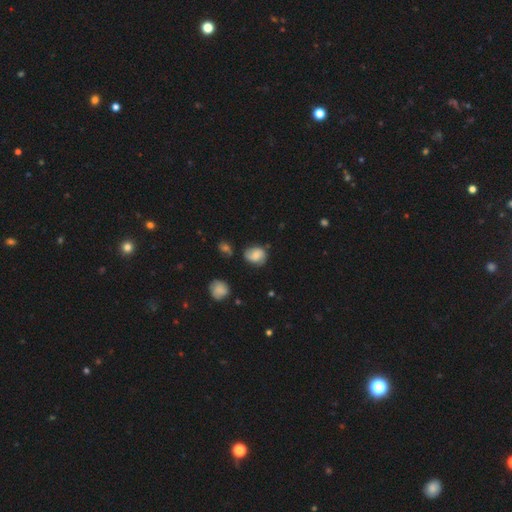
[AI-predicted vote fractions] Morphology: type=smooth (57%); roundness=round (54%); merging=none (59%).